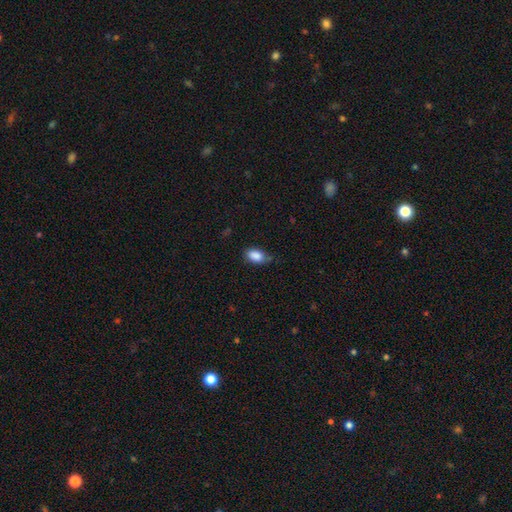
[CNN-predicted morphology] Q: Smooth or featured?
A: smooth (87%); runner-up: star or artifact (8%)
Q: How rounded?
A: in between (90%); runner-up: round (8%)
Q: Merging?
A: none (65%); runner-up: minor disturbance (28%)